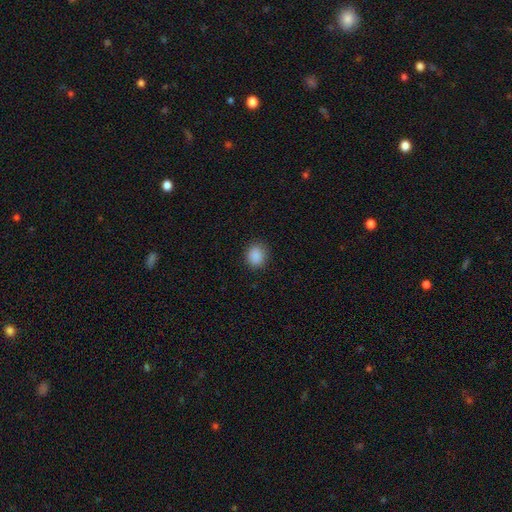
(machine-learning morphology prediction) Smooth or featured? Predicted: smooth (p=0.88). How rounded? Predicted: round (p=0.67). Merging? Predicted: none (p=0.89).